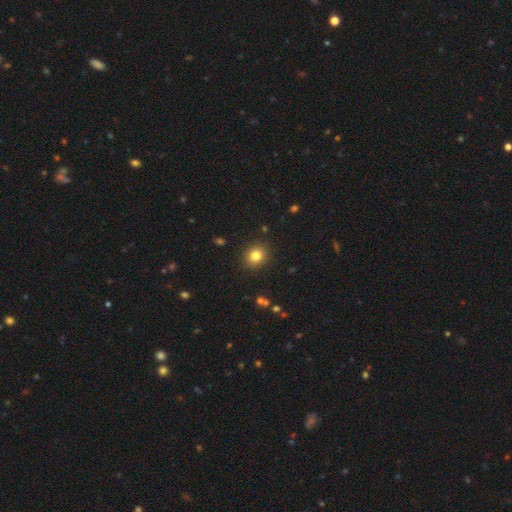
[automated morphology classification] Smooth or featured? smooth (81%)
How rounded? round (73%)
Merging? none (90%)